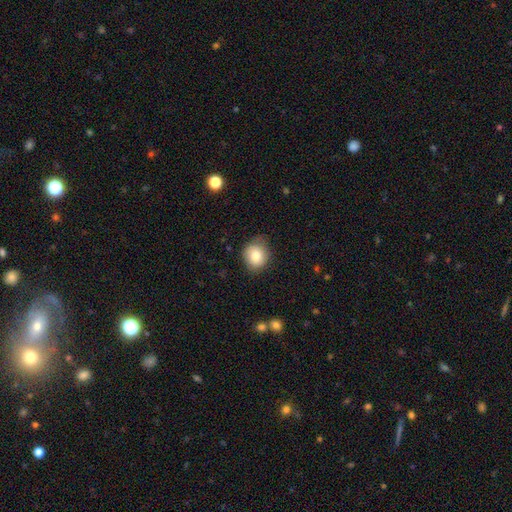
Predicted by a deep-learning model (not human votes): A smooth galaxy with no disk features (81%) that is round (71%).

Vote fractions:
- Smooth or featured? smooth: 81% / featured or disk: 10% / star or artifact: 9%
- How rounded? round: 71% / in between: 29% / cigar-shaped: 1%
- Merging? none: 73% / minor disturbance: 22% / major disturbance: 4% / merger: 1%